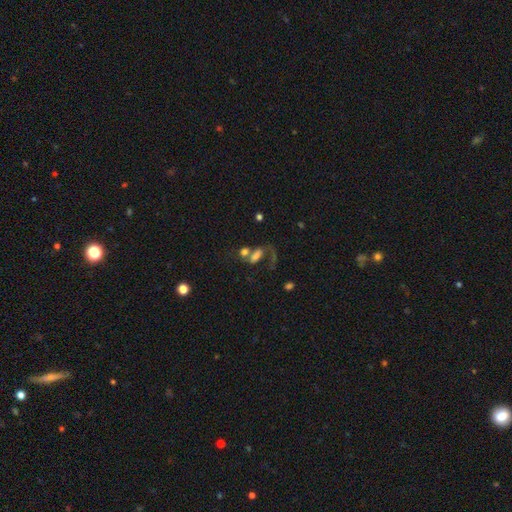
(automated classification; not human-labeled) smooth 55%, featured or disk 28%, star or artifact 17%. Down the decision tree: how rounded — in between (76%); merging — merger (45%).